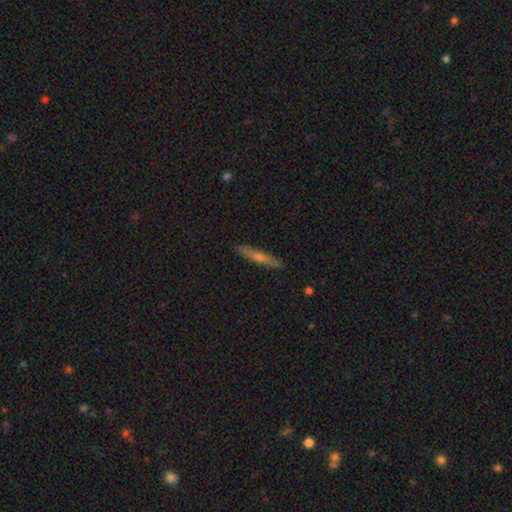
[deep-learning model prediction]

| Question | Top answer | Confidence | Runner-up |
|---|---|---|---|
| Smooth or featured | featured or disk | 56% | smooth (36%) |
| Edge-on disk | yes | 92% | no (8%) |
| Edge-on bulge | rounded | 74% | none (22%) |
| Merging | none | 89% | minor disturbance (8%) |